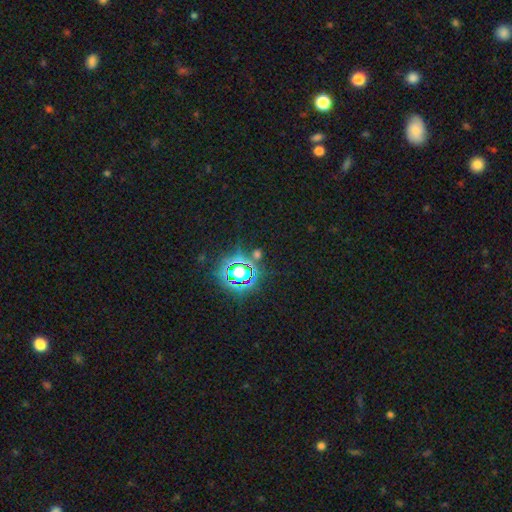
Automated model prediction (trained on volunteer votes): star or artifact 76%, smooth 16%, featured or disk 8%.